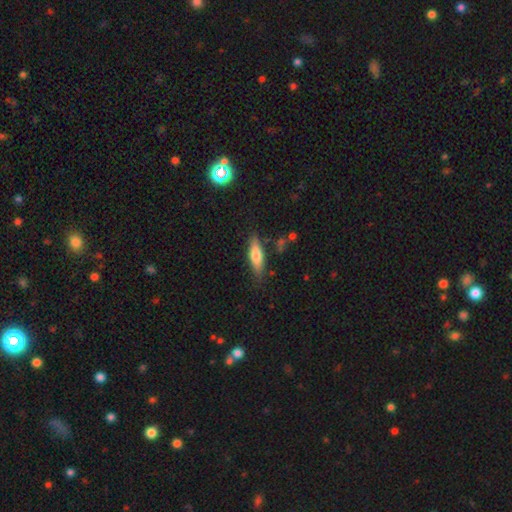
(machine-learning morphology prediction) Smooth or featured: smooth — 63% (featured or disk — 30%)
How rounded: cigar-shaped — 58% (in between — 40%)
Merging: none — 81% (minor disturbance — 13%)